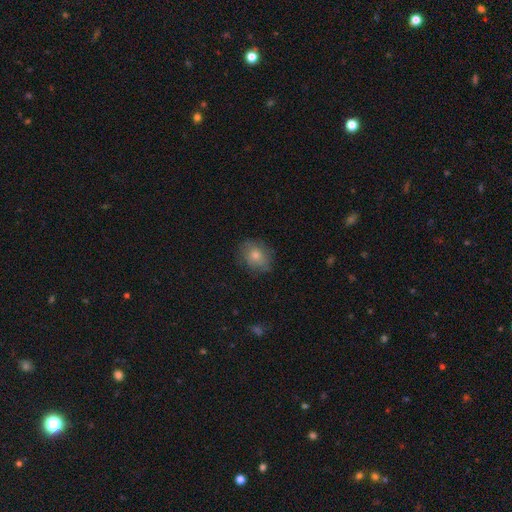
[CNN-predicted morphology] smooth 75%, featured or disk 16%, star or artifact 8%. Down the decision tree: how rounded — round (62%); merging — none (76%).